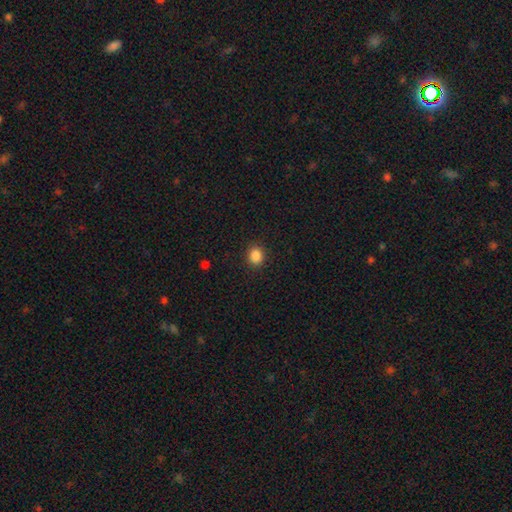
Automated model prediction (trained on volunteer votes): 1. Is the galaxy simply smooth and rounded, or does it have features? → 86% smooth, 11% star or artifact, 3% featured or disk.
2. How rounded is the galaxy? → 71% round, 28% in between, 1% cigar-shaped.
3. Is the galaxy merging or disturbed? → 91% none, 6% minor disturbance, 2% major disturbance, 1% merger.